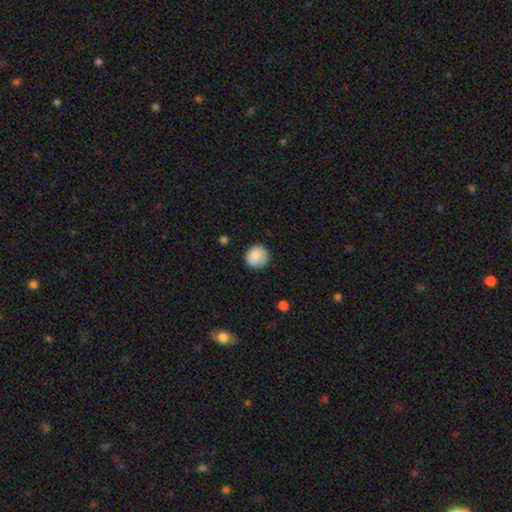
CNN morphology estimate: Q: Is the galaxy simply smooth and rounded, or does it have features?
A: smooth — 87%.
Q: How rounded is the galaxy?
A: round — 92%.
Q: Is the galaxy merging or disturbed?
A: none — 85%.